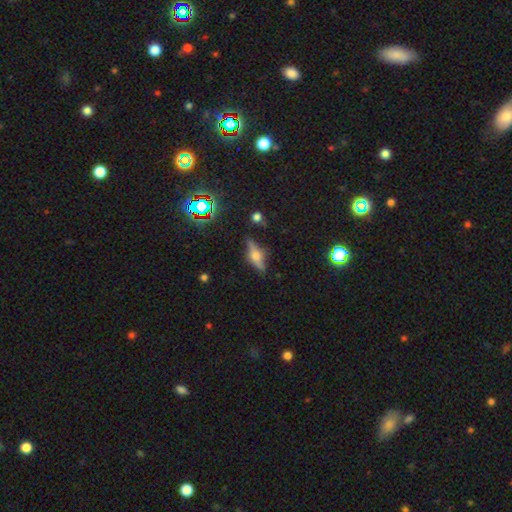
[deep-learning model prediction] Q: Smooth or featured?
A: featured or disk (59%); runner-up: smooth (27%)
Q: Edge-on disk?
A: yes (92%); runner-up: no (8%)
Q: Edge-on bulge?
A: rounded (90%); runner-up: boxy (7%)
Q: Merging?
A: none (81%); runner-up: minor disturbance (13%)